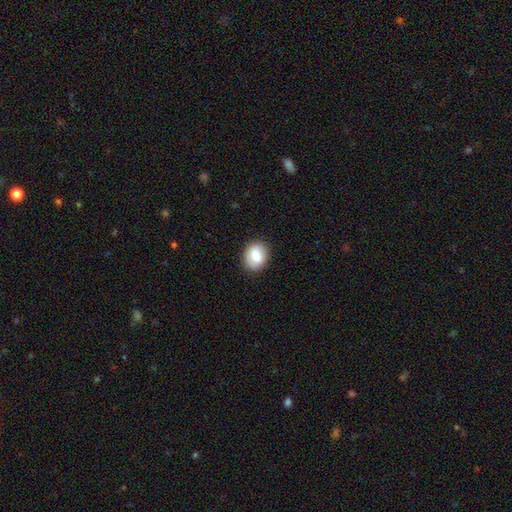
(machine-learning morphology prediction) A smooth galaxy with no disk features (79%) that is in between round and cigar-shaped (56%).

Vote fractions:
- Smooth or featured? smooth: 79% / featured or disk: 14% / star or artifact: 7%
- How rounded? in between: 56% / round: 43% / cigar-shaped: 1%
- Merging? none: 86% / minor disturbance: 10% / major disturbance: 3% / merger: 1%